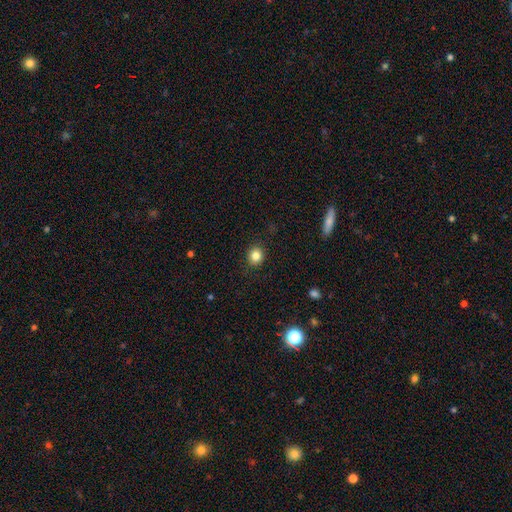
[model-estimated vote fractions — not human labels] smooth-or-featured: smooth: 84% | star or artifact: 11% | featured or disk: 5%
  how-rounded: round: 80% | in between: 19% | cigar-shaped: 1%
  merging: none: 90% | minor disturbance: 7% | major disturbance: 2% | merger: 1%